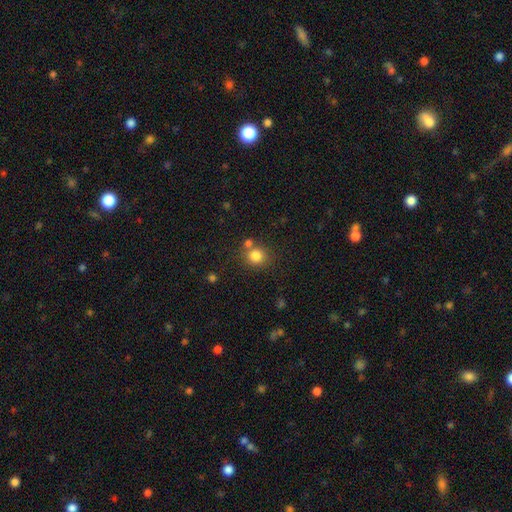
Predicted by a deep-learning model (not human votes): The model was most divided on "merging": none: 68%, merger: 19%, minor disturbance: 10%, major disturbance: 3%. More confident: how rounded — round (84%); smooth or featured — smooth (82%).